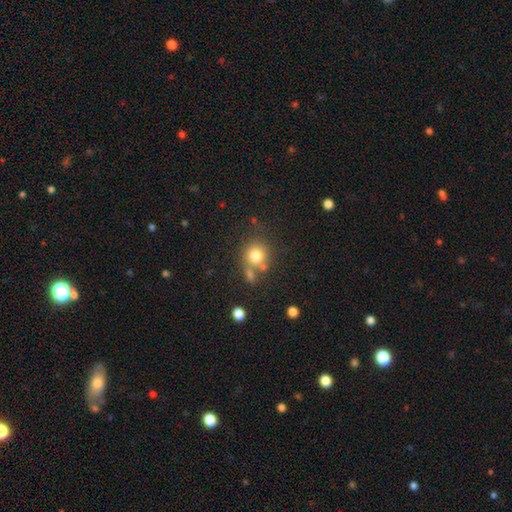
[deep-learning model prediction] smooth_or_featured: smooth (p=0.77) [alt: star or artifact p=0.12]
how_rounded: round (p=0.86) [alt: in between p=0.13]
merging: none (p=0.61) [alt: merger p=0.20]